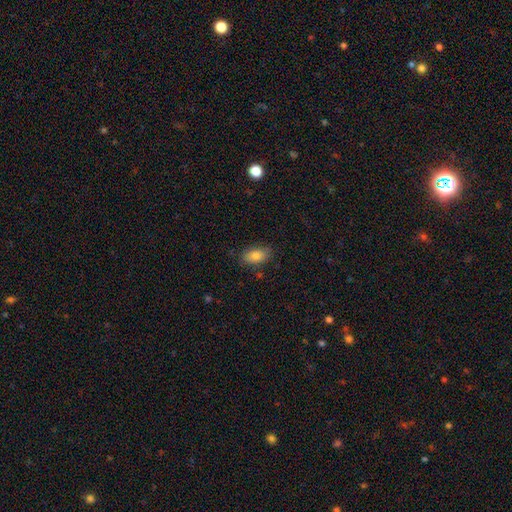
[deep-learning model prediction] smooth_or_featured: smooth (p=0.82) [alt: featured or disk p=0.10]
how_rounded: in between (p=0.90) [alt: round p=0.07]
merging: none (p=0.82) [alt: minor disturbance p=0.13]